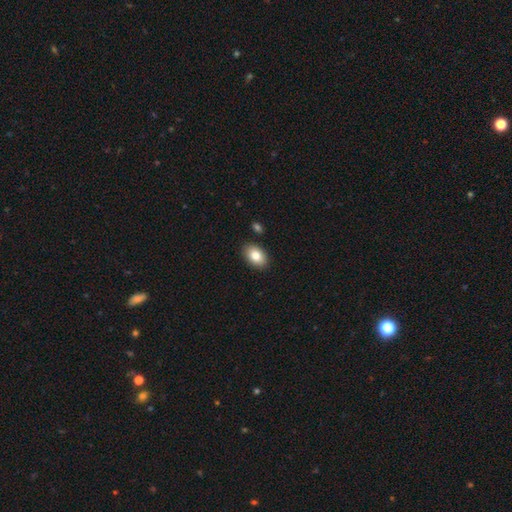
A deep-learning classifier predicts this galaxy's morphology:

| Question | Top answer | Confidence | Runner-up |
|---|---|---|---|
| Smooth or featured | smooth | 82% | featured or disk (10%) |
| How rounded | in between | 88% | round (11%) |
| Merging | none | 88% | minor disturbance (8%) |